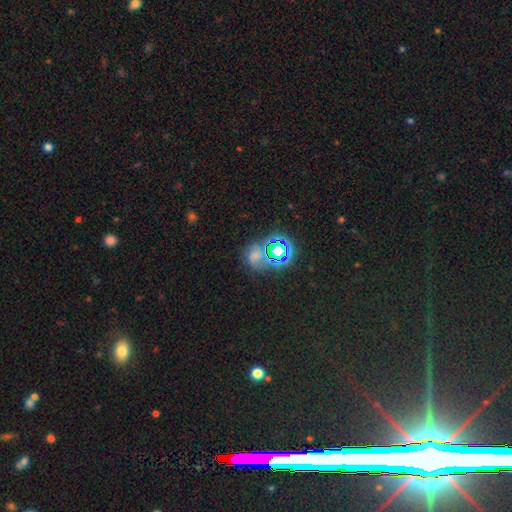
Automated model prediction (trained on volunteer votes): smooth-or-featured: star or artifact: 44% | smooth: 40% | featured or disk: 16%